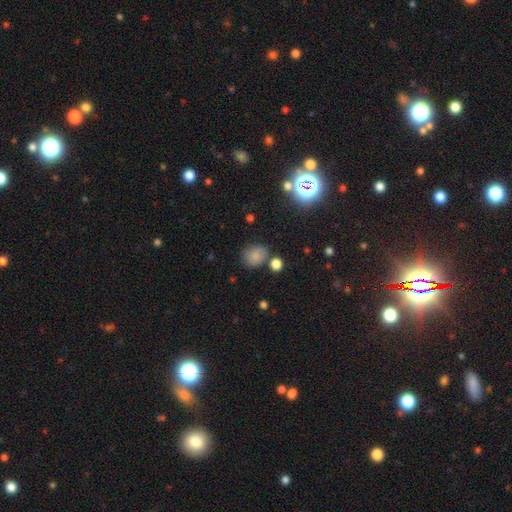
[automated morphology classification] type=smooth (77%); roundness=round (61%); merging=none (71%).